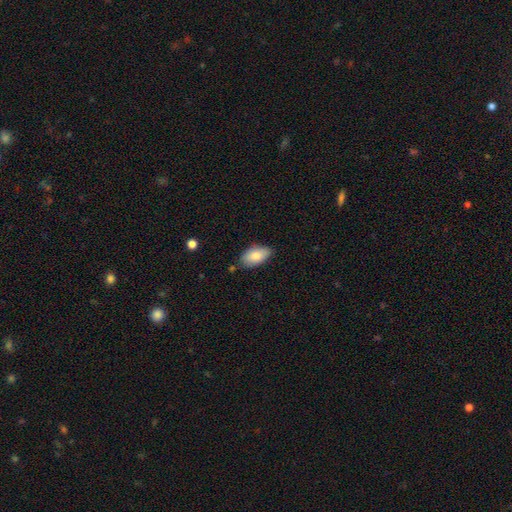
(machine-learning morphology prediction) Smooth or featured? smooth (84%)
How rounded? in between (94%)
Merging? none (78%)